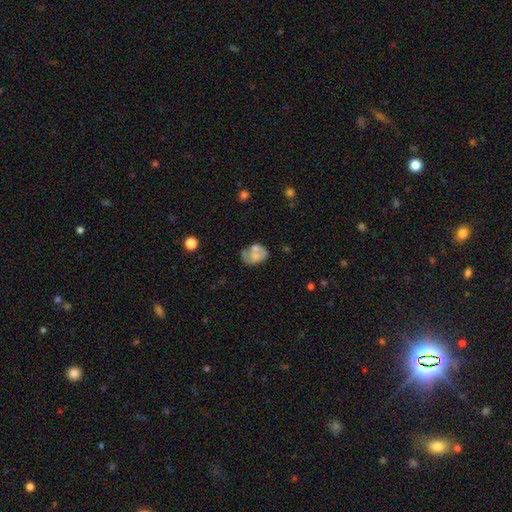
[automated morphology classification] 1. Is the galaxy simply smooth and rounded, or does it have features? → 50% smooth, 42% featured or disk, 8% star or artifact.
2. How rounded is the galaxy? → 72% in between, 27% round, 1% cigar-shaped.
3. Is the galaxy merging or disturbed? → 35% none, 29% merger, 22% minor disturbance, 14% major disturbance.